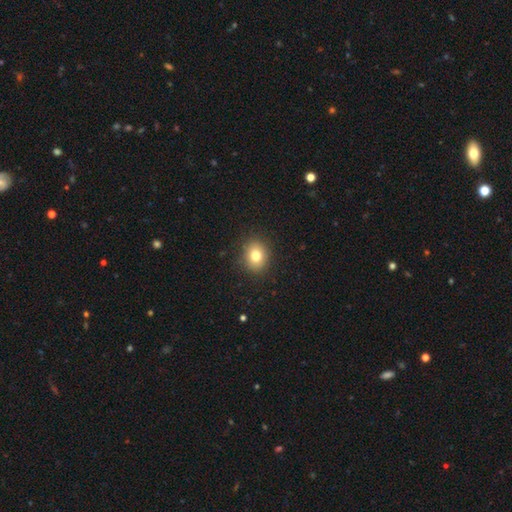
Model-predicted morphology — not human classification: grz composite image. It shows a smooth galaxy with no disk features (79%) that is round (63%). Merging: none (88%).